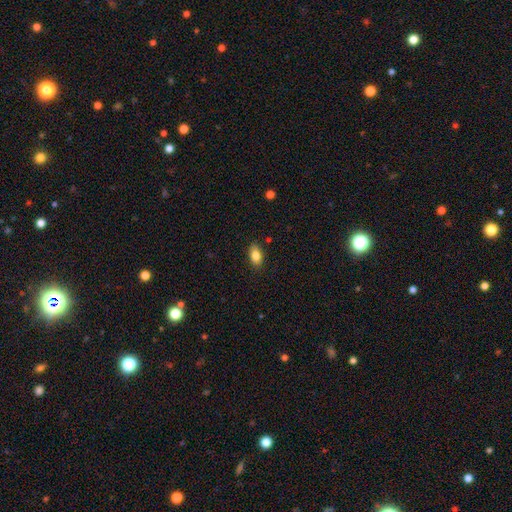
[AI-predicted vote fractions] Smooth or featured?
  - smooth: 82% *
  - featured or disk: 10%
  - star or artifact: 8%
How rounded?
  - in between: 88% *
  - round: 8%
  - cigar-shaped: 4%
Merging?
  - none: 85% *
  - minor disturbance: 12%
  - major disturbance: 2%
  - merger: 1%